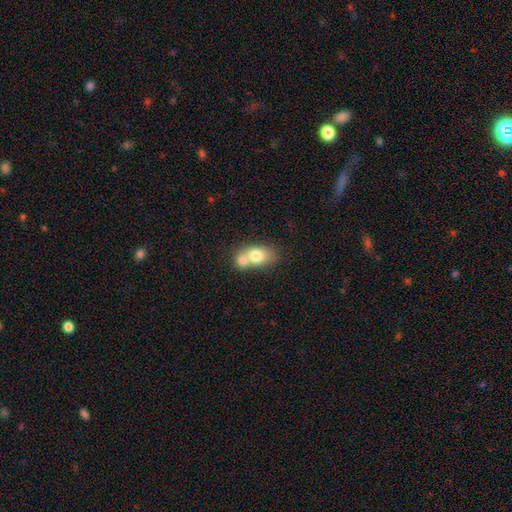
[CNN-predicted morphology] Q: Smooth or featured?
A: smooth (72%); runner-up: featured or disk (20%)
Q: How rounded?
A: in between (70%); runner-up: round (28%)
Q: Merging?
A: merger (65%); runner-up: none (24%)